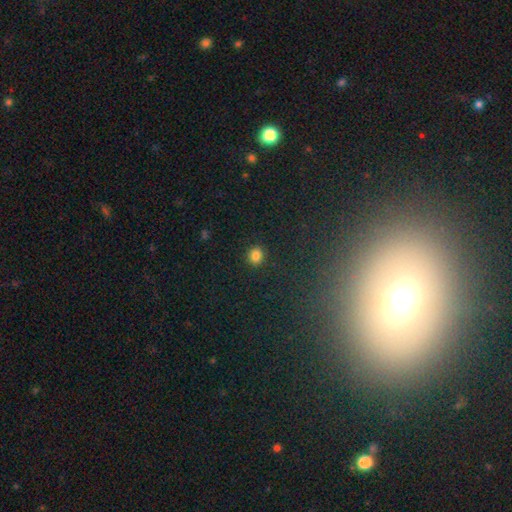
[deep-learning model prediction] smooth_or_featured: smooth (p=0.83) [alt: star or artifact p=0.12]
how_rounded: round (p=0.75) [alt: in between p=0.24]
merging: none (p=0.90) [alt: minor disturbance p=0.07]